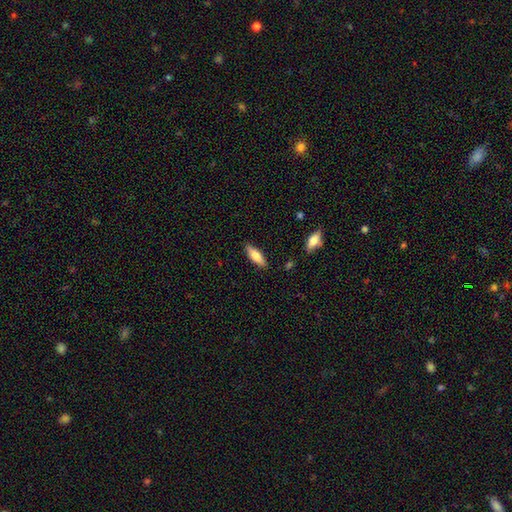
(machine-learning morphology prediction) Smooth or featured? smooth (74%)
How rounded? in between (50%)
Merging? none (86%)